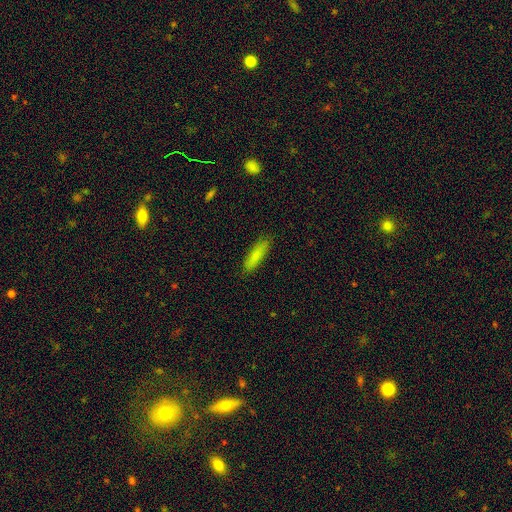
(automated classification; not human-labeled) This is clearly a smooth galaxy (83%). How rounded: likely cigar-shaped (69%). Merging: clearly none (86%).